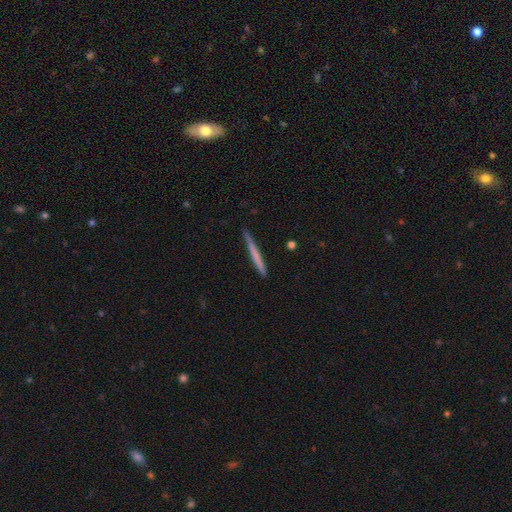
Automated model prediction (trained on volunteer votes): Smooth or featured: smooth — 61% (featured or disk — 34%)
How rounded: cigar-shaped — 97% (in between — 2%)
Merging: none — 88% (minor disturbance — 9%)